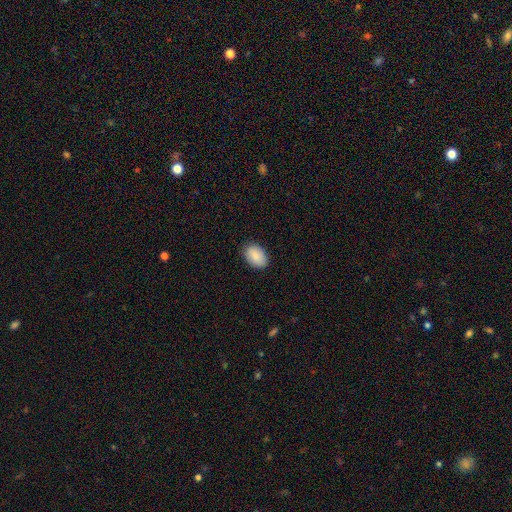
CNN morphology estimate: Overall: smooth (87%). How rounded: in between (88%). Merging: none (87%).